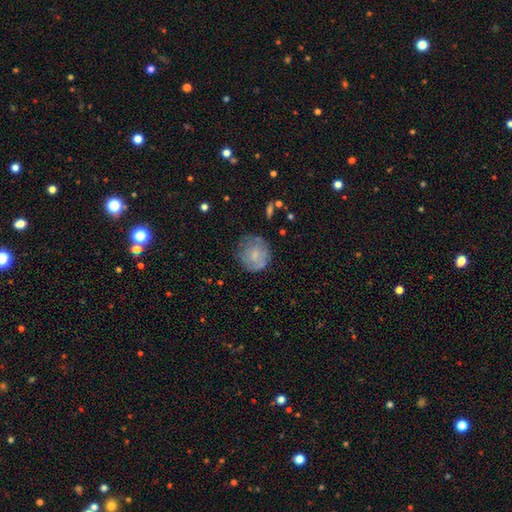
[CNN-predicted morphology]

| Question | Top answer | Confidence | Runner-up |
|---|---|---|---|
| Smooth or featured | smooth | 62% | featured or disk (29%) |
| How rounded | round | 86% | in between (13%) |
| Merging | none | 63% | minor disturbance (25%) |